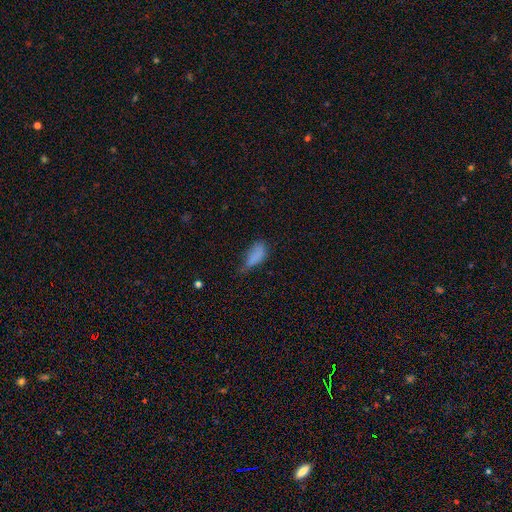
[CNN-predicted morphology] smooth_or_featured: smooth (p=0.79) [alt: star or artifact p=0.11]
how_rounded: in between (p=0.83) [alt: cigar-shaped p=0.14]
merging: minor disturbance (p=0.41) [alt: none p=0.31]